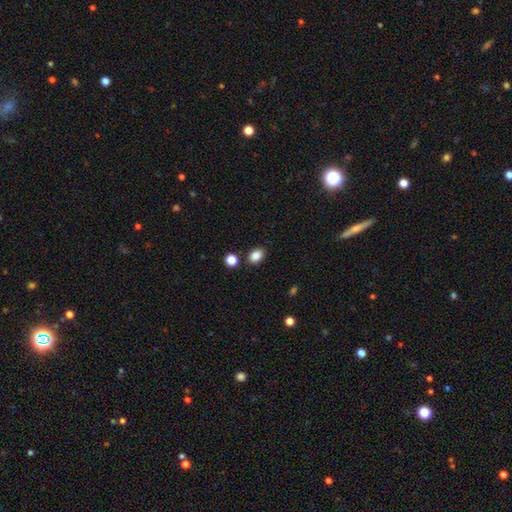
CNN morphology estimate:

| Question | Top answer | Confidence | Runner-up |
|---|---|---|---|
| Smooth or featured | smooth | 86% | star or artifact (10%) |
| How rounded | in between | 69% | round (30%) |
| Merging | none | 85% | minor disturbance (8%) |